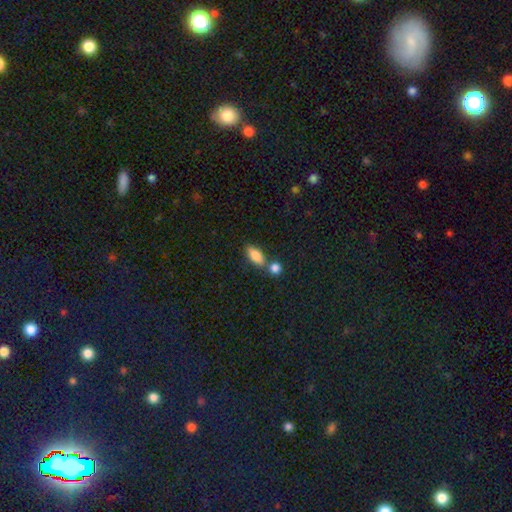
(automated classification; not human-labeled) smooth_or_featured: smooth (p=0.83) [alt: featured or disk p=0.09]
how_rounded: in between (p=0.79) [alt: cigar-shaped p=0.16]
merging: none (p=0.58) [alt: merger p=0.28]